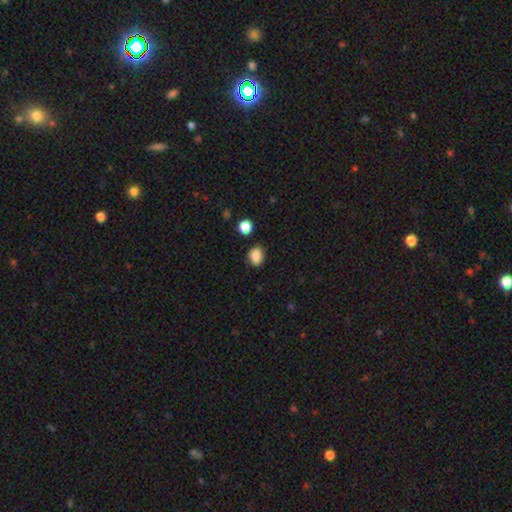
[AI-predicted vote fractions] Q: Smooth or featured?
A: smooth (87%); runner-up: star or artifact (10%)
Q: How rounded?
A: in between (50%); runner-up: round (49%)
Q: Merging?
A: none (81%); runner-up: minor disturbance (13%)